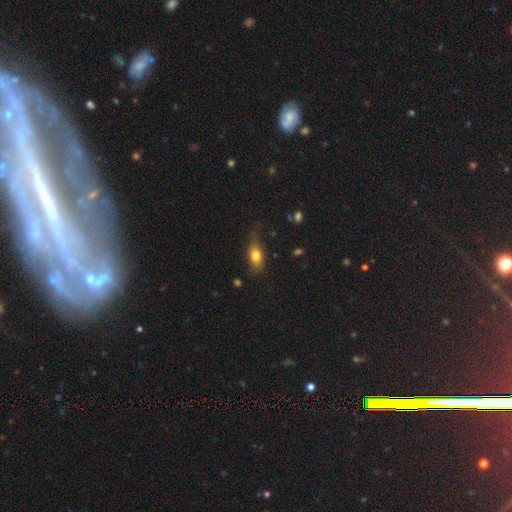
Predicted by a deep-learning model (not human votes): This appears to be a smooth galaxy with no disk features (78%) that is in between round and cigar-shaped (81%). Merging: none (66%).